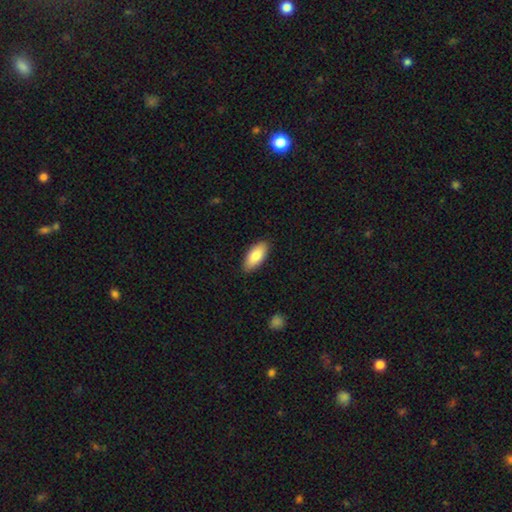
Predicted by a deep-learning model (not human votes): The model was most divided on "smooth or featured": smooth: 84%, featured or disk: 10%, star or artifact: 6%. More confident: merging — none (88%); how rounded — in between (87%).